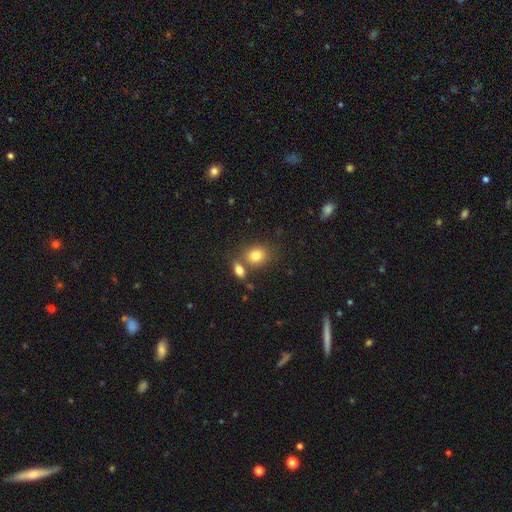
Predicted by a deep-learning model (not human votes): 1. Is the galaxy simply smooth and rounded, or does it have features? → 81% smooth, 10% star or artifact, 9% featured or disk.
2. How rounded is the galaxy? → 53% round, 46% in between, 1% cigar-shaped.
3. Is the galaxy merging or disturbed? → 58% none, 28% merger, 11% minor disturbance, 4% major disturbance.